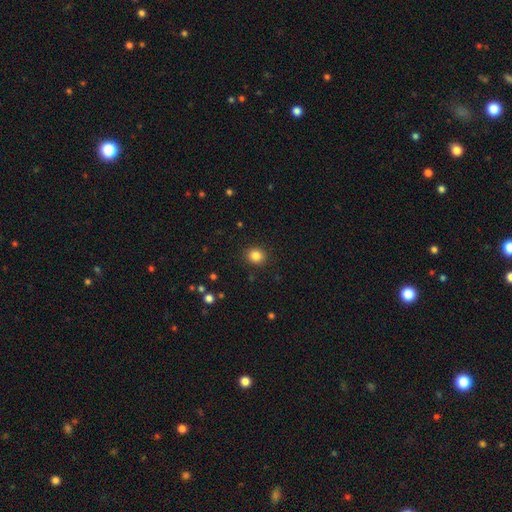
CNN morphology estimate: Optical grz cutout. It shows a smooth galaxy with no disk features (84%) that is round (83%). Merging: none (91%).